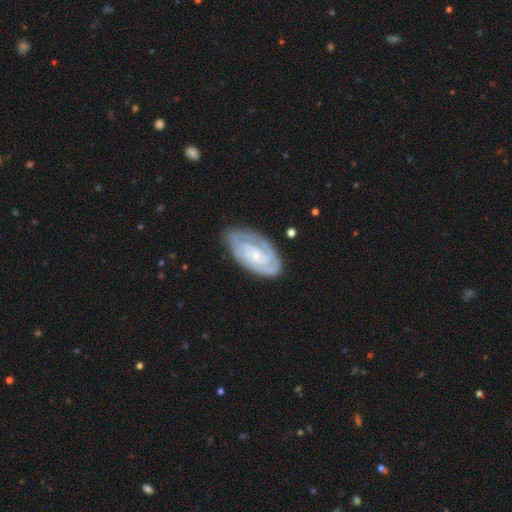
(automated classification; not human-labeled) Smooth or featured?
  - featured or disk: 84% *
  - smooth: 11%
  - star or artifact: 5%
Edge-on disk?
  - no: 96% *
  - yes: 4%
Bar?
  - no: 66% *
  - weak: 27%
  - strong: 7%
Spiral arms?
  - yes: 97% *
  - no: 3%
Spiral winding?
  - tight: 74% *
  - medium: 22%
  - loose: 4%
Spiral arm count?
  - 2: 39% *
  - can't tell: 23%
  - 3: 22%
  - 4: 7%
  - 1: 4%
  - more than 4: 4%
Bulge size?
  - small: 76% *
  - moderate: 17%
  - none: 6%
  - large: 1%
  - dominant: 1%
Merging?
  - none: 75% *
  - minor disturbance: 19%
  - major disturbance: 5%
  - merger: 1%